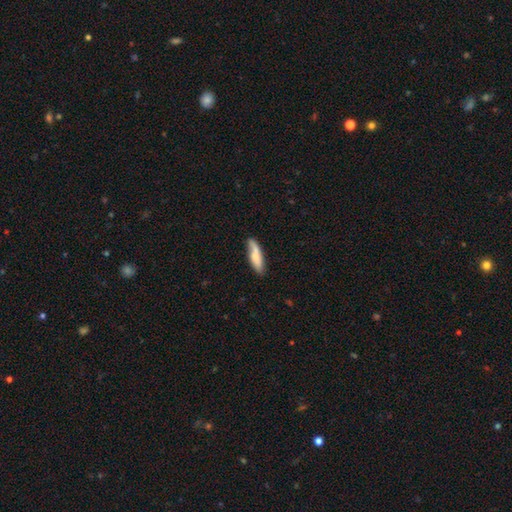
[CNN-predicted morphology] Smooth or featured? smooth (73%)
How rounded? cigar-shaped (61%)
Merging? none (67%)